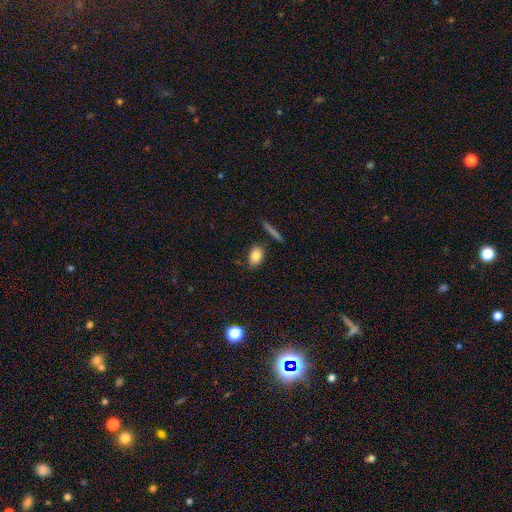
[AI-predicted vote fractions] Smooth or featured: smooth — 85% (star or artifact — 8%)
How rounded: in between — 82% (round — 15%)
Merging: none — 78% (minor disturbance — 13%)